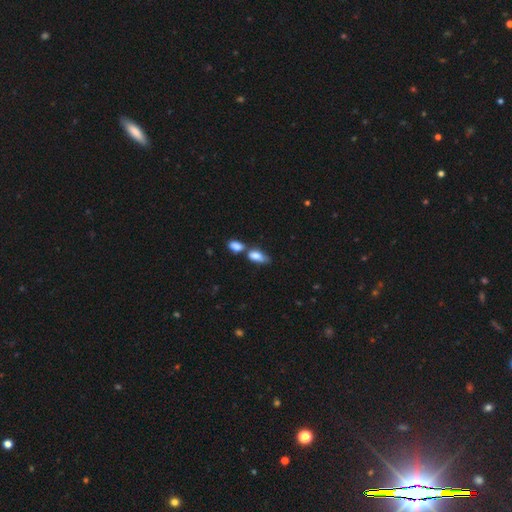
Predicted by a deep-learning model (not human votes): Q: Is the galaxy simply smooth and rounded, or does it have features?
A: smooth — 78%.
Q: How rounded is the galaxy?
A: in between — 85%.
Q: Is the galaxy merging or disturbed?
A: merger — 48%.